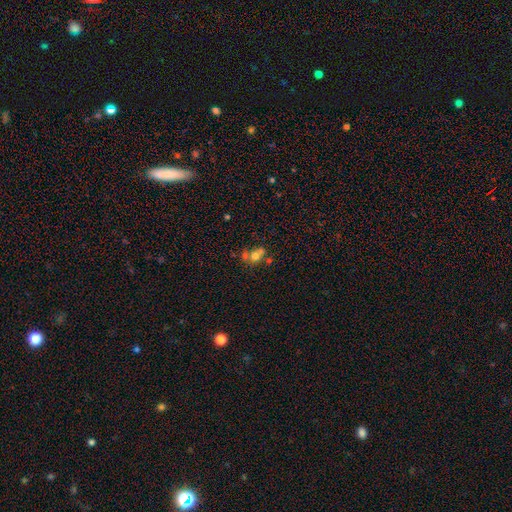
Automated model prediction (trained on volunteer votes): Morphology: type=smooth (60%); roundness=round (70%); merging=merger (49%).